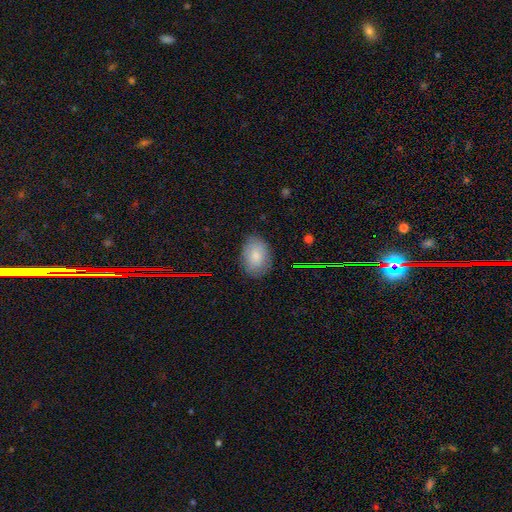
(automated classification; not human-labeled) smooth 80%, featured or disk 10%, star or artifact 9%. Down the decision tree: how rounded — in between (77%); merging — none (83%).